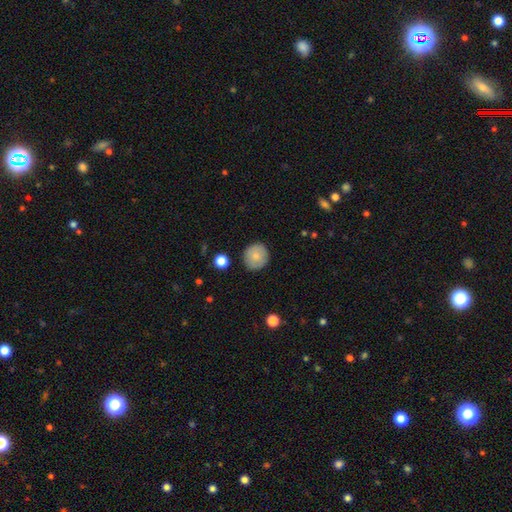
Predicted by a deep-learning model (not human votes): Smooth or featured: smooth — 77% (featured or disk — 16%)
How rounded: round — 90% (in between — 9%)
Merging: none — 88% (minor disturbance — 9%)